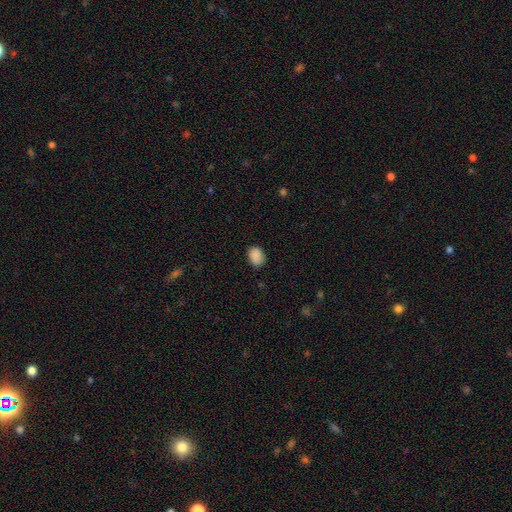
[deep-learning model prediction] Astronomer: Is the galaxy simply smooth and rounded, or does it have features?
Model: smooth — 88%.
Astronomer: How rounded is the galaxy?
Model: in between — 68%.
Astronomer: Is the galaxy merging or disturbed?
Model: none — 79%.